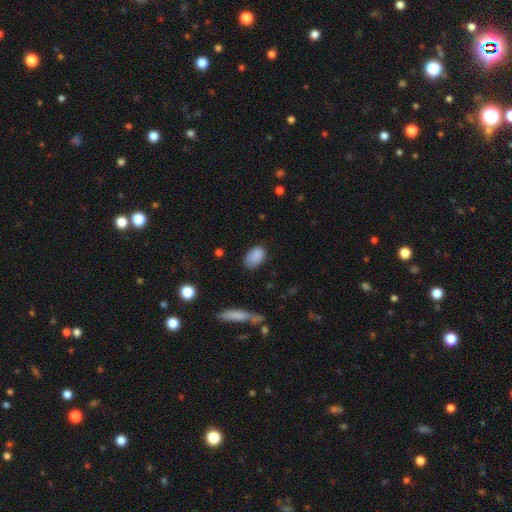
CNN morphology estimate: Smooth or featured? smooth (87%)
How rounded? in between (90%)
Merging? none (76%)